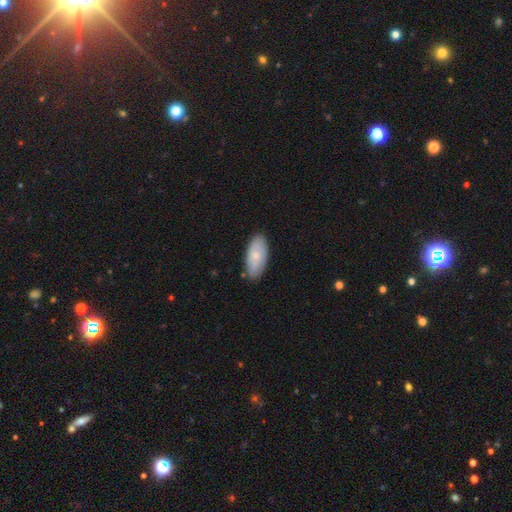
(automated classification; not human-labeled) smooth_or_featured: smooth (p=0.63) [alt: featured or disk p=0.31]
how_rounded: in between (p=0.92) [alt: cigar-shaped p=0.05]
merging: none (p=0.80) [alt: minor disturbance p=0.16]